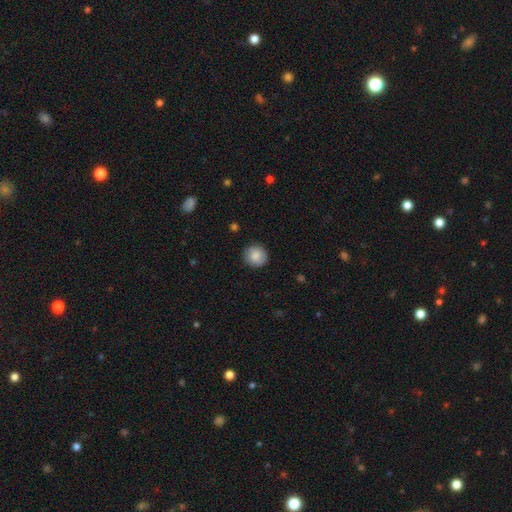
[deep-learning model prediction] Overall: smooth (86%). How rounded: round (92%). Merging: none (88%).